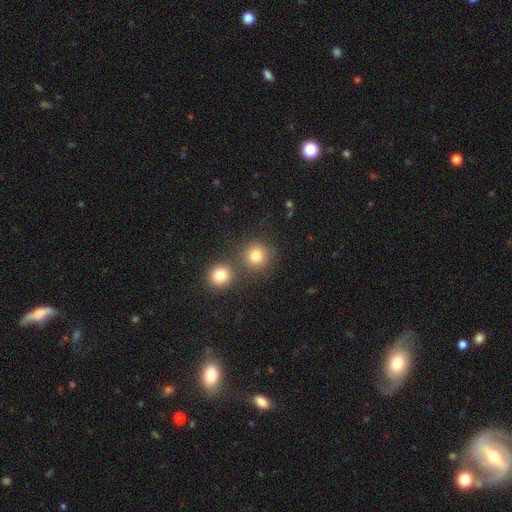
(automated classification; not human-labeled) A smooth galaxy with no disk features (80%) that is round (91%). Merging: none (69%).